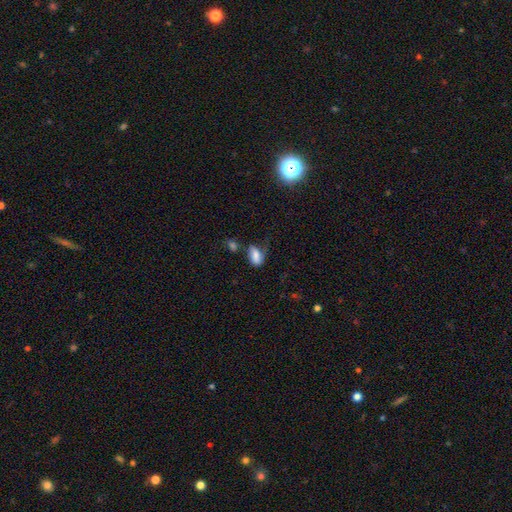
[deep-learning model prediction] Q: Smooth or featured?
A: smooth (69%); runner-up: featured or disk (22%)
Q: How rounded?
A: in between (88%); runner-up: cigar-shaped (6%)
Q: Merging?
A: none (33%); runner-up: minor disturbance (29%)